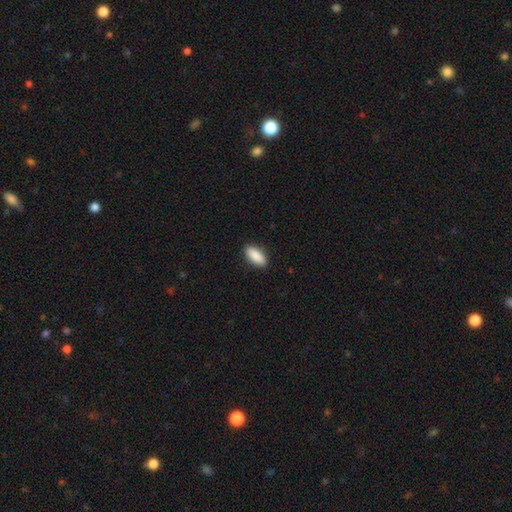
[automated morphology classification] Smooth or featured? Predicted: smooth (p=0.90). How rounded? Predicted: in between (p=0.85). Merging? Predicted: none (p=0.90).